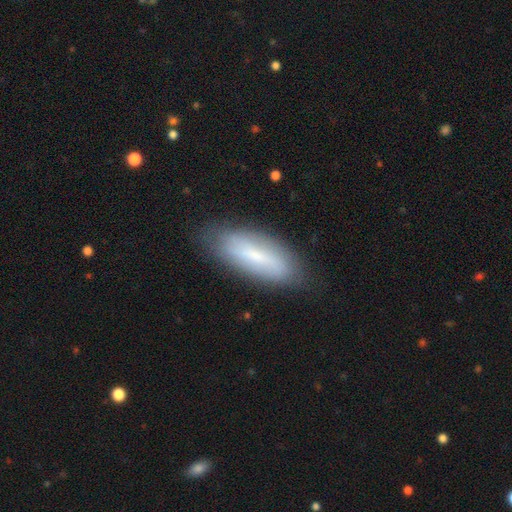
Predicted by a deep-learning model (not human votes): smooth_or_featured: smooth (p=0.62) [alt: featured or disk p=0.31]
how_rounded: in between (p=0.63) [alt: cigar-shaped p=0.35]
merging: none (p=0.80) [alt: minor disturbance p=0.15]